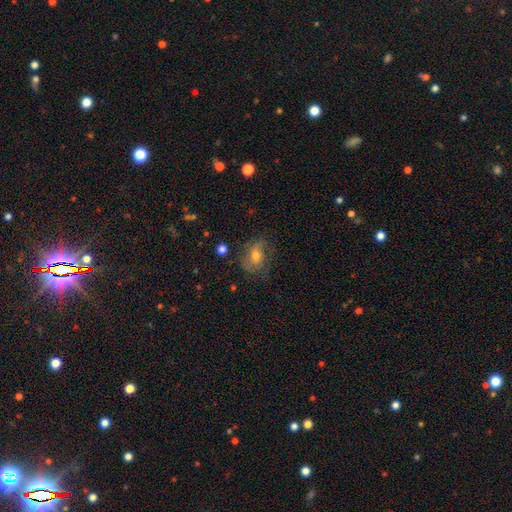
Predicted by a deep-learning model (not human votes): Overall: featured or disk (54%; smooth 33%). Edge-on disk: no (96%). Bar: no (63%; weak 30%). Spiral arms: yes (79%). Bulge size: moderate (62%; small 29%). Merging: none (64%).